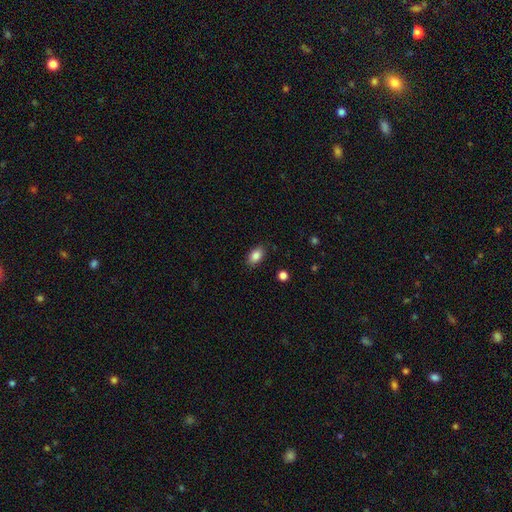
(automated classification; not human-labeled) Smooth or featured? Predicted: smooth (p=0.86). How rounded? Predicted: in between (p=0.88). Merging? Predicted: none (p=0.87).